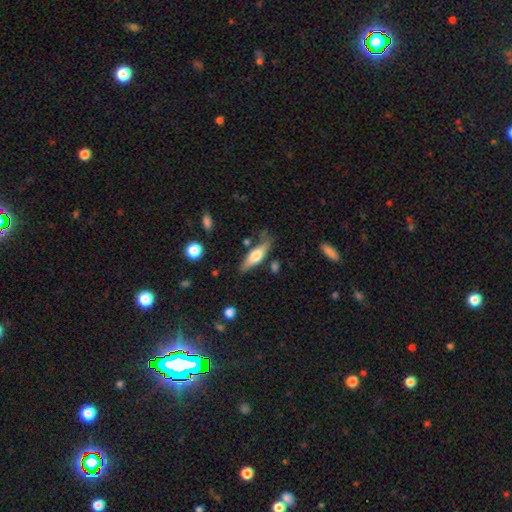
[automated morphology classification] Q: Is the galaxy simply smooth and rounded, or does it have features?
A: smooth — 54%.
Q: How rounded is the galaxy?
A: cigar-shaped — 53%.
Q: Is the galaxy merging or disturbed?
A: none — 71%.